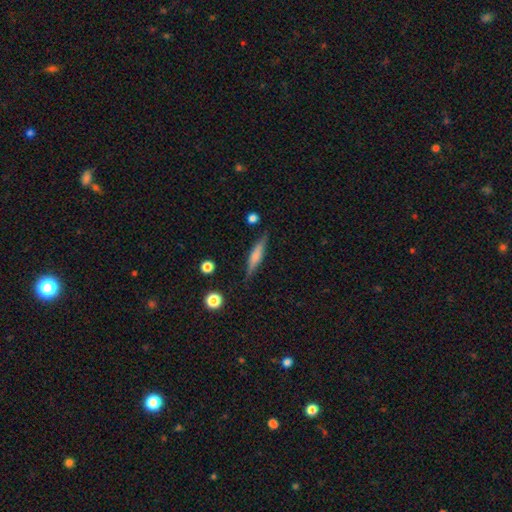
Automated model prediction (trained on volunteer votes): Smooth or featured: featured or disk — 47% (smooth — 46%)
Merging: none — 85% (minor disturbance — 11%)